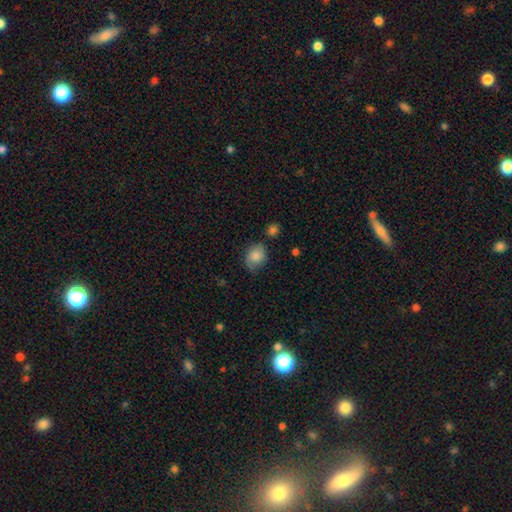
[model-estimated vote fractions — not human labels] This is clearly a smooth galaxy (83%). How rounded: possibly in between (54%). Merging: likely none (62%).